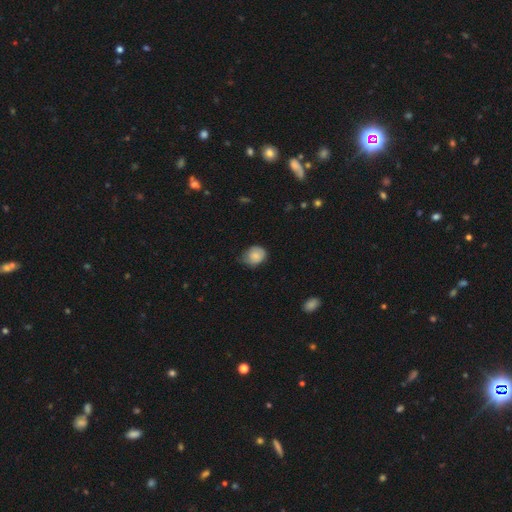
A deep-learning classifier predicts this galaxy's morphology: Overall: smooth (82%). How rounded: round (56%; in between 43%). Merging: none (54%; minor disturbance 37%).